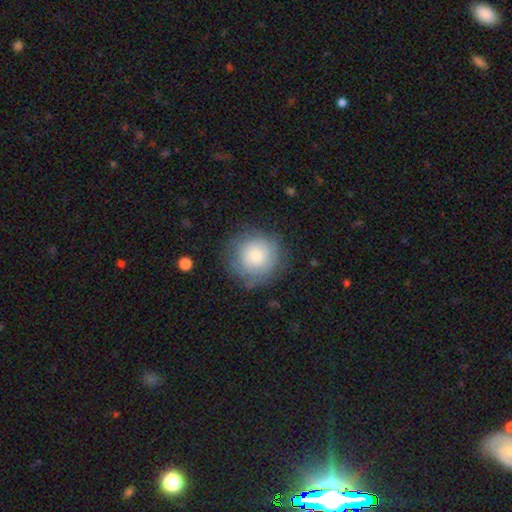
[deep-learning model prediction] This is likely a smooth galaxy (74%). How rounded: clearly round (94%). Merging: likely none (78%).